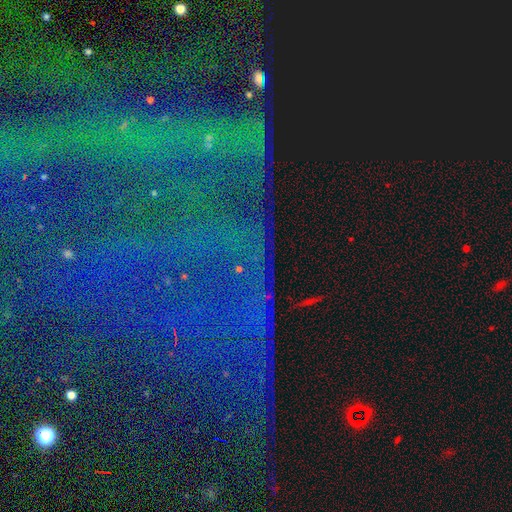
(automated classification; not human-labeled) A star or artifact, not a galaxy (83%).

Vote fractions:
- Smooth or featured? star or artifact: 83% / featured or disk: 9% / smooth: 8%